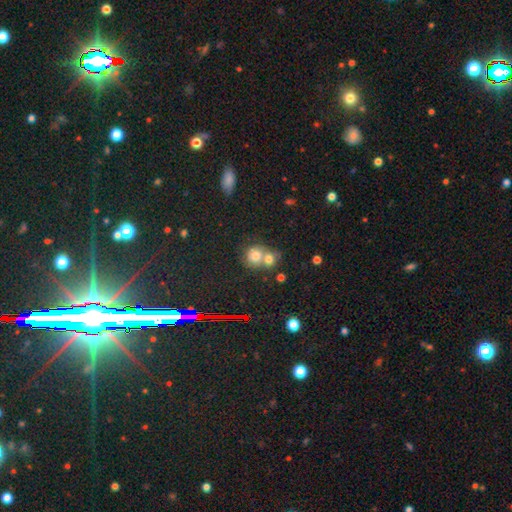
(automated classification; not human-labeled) Q: Smooth or featured?
A: smooth (71%); runner-up: featured or disk (16%)
Q: How rounded?
A: round (77%); runner-up: in between (22%)
Q: Merging?
A: merger (61%); runner-up: none (29%)